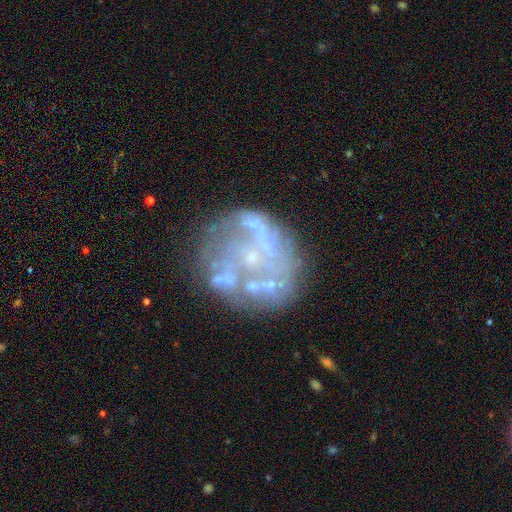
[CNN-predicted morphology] featured or disk 72%, smooth 16%, star or artifact 12%. Down the decision tree: edge-on disk — no (98%); bar — no (84%); spiral arms — no (75%); bulge size — none (51%); merging — none (55%).